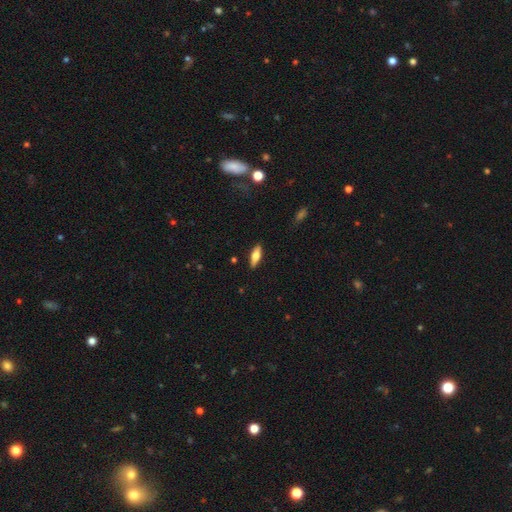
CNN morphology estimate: smooth 58%, featured or disk 35%, star or artifact 6%. Down the decision tree: how rounded — in between (59%); merging — none (88%).